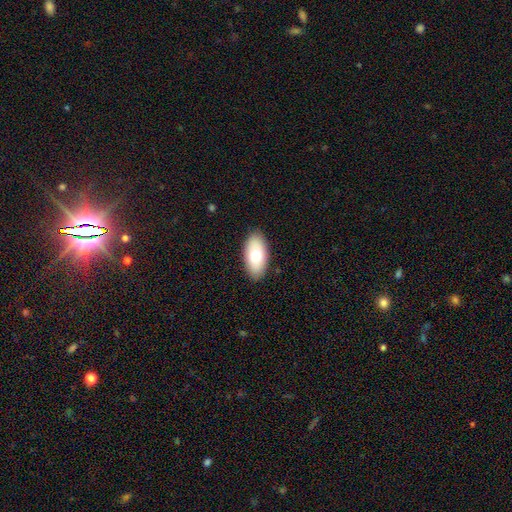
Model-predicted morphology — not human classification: A smooth galaxy with no disk features (72%) that is in between round and cigar-shaped (94%). Merging: none (87%).